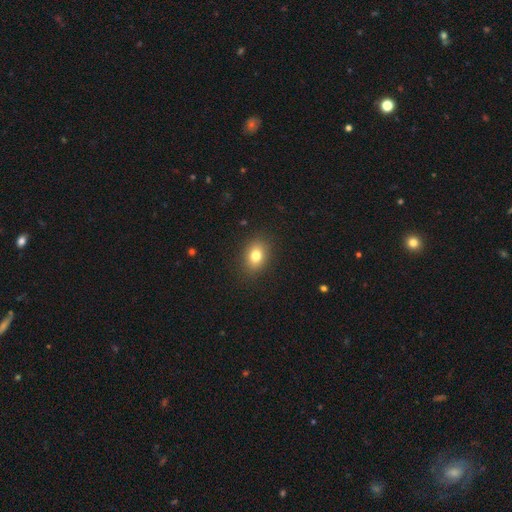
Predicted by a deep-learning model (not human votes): A smooth galaxy with no disk features (79%) that is in between round and cigar-shaped (67%).

Vote fractions:
- Smooth or featured? smooth: 79% / star or artifact: 11% / featured or disk: 10%
- How rounded? in between: 67% / round: 32% / cigar-shaped: 1%
- Merging? none: 87% / minor disturbance: 9% / major disturbance: 3% / merger: 1%